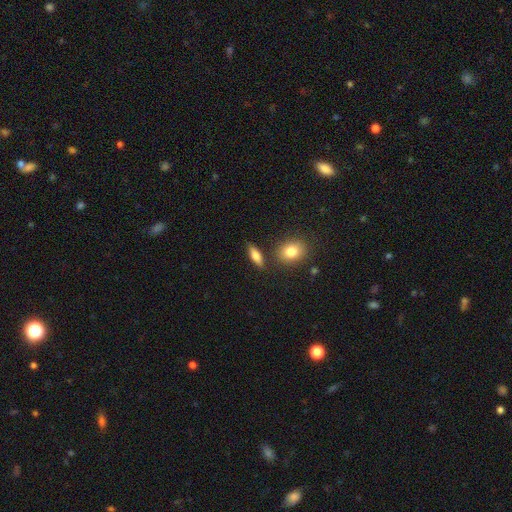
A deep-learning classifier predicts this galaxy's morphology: Q: Smooth or featured?
A: smooth (75%); runner-up: featured or disk (17%)
Q: How rounded?
A: in between (61%); runner-up: cigar-shaped (33%)
Q: Merging?
A: none (80%); runner-up: minor disturbance (12%)